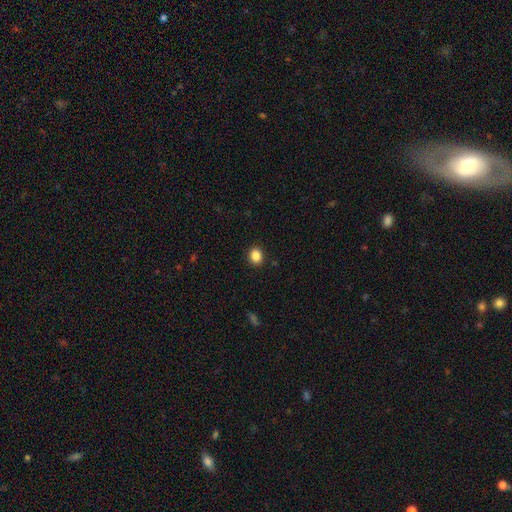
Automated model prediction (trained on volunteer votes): This is clearly a smooth galaxy (87%). How rounded: likely round (66%). Merging: clearly none (91%).